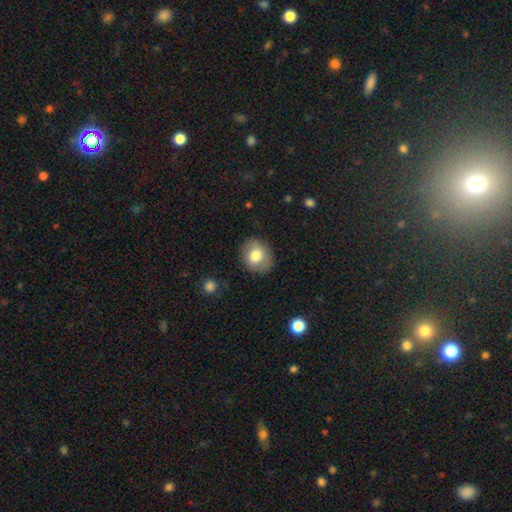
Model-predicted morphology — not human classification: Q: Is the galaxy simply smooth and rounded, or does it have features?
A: smooth — 75%.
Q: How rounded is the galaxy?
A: round — 66%.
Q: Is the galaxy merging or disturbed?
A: none — 85%.